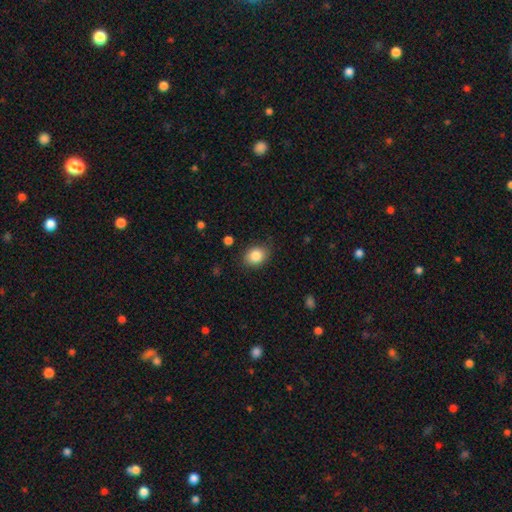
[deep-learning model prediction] Overall: smooth (86%). How rounded: in between (56%; round 43%). Merging: none (82%).